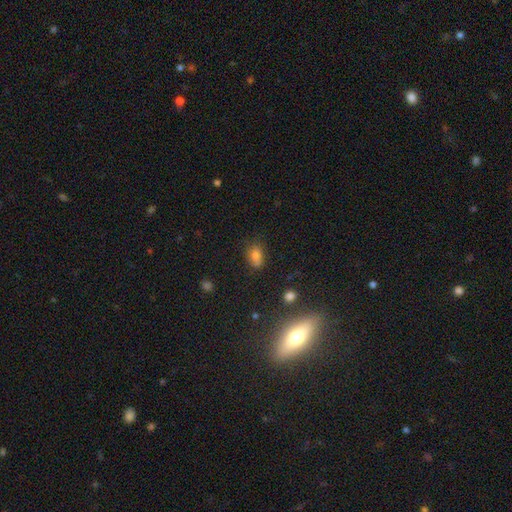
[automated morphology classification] A smooth galaxy with no disk features (76%) that is in between round and cigar-shaped (82%). Merging: none (70%).